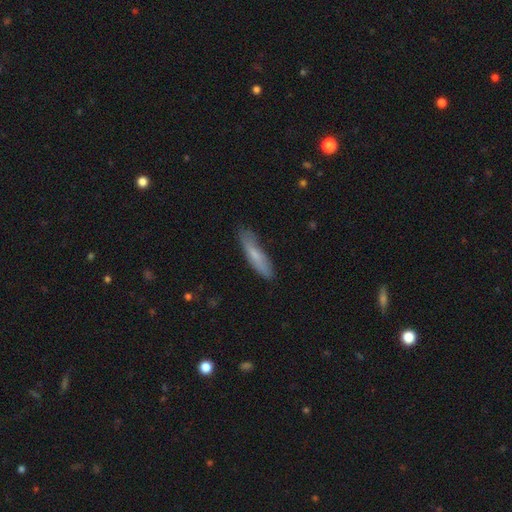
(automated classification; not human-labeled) Smooth or featured?
  - smooth: 71% *
  - featured or disk: 23%
  - star or artifact: 6%
How rounded?
  - cigar-shaped: 79% *
  - in between: 20%
  - round: 2%
Merging?
  - none: 78% *
  - minor disturbance: 18%
  - major disturbance: 3%
  - merger: 2%